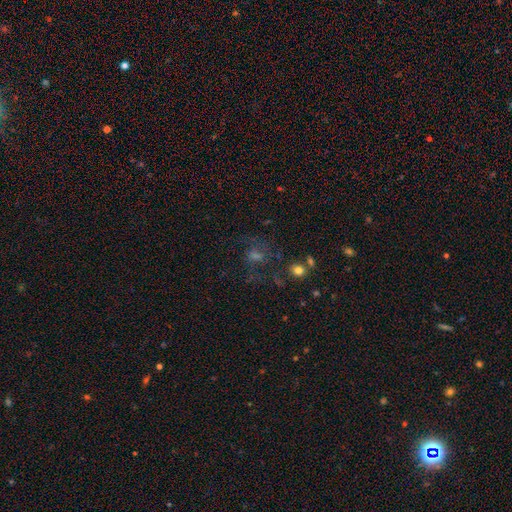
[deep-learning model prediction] A featured or disk galaxy (35%, tied with star or artifact). Merging: none (52%).